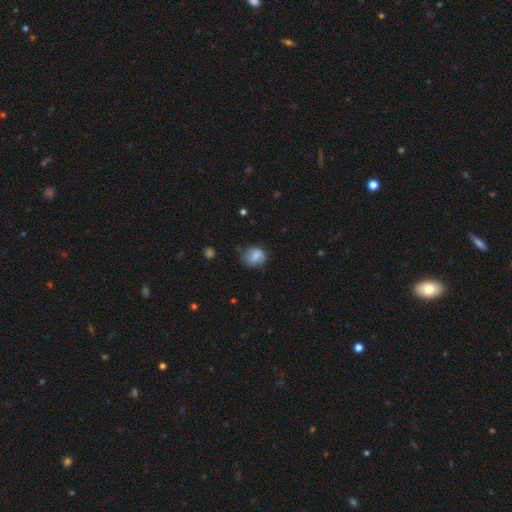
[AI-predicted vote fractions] The model was most divided on "merging": none: 51%, minor disturbance: 33%, major disturbance: 13%, merger: 3%. More confident: smooth or featured — smooth (70%); how rounded — round (58%).